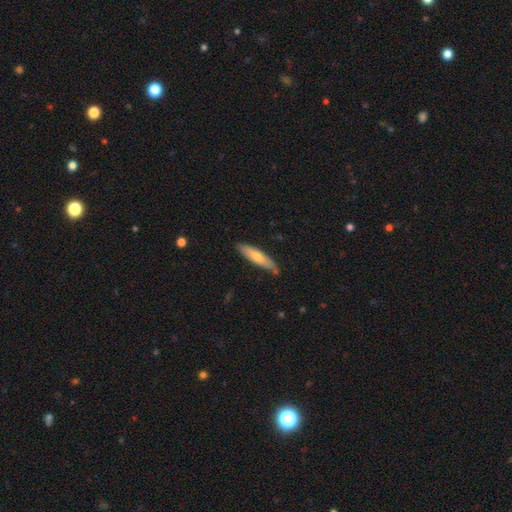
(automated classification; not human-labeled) smooth-or-featured: smooth: 53% | featured or disk: 40% | star or artifact: 7%
  how-rounded: cigar-shaped: 83% | in between: 15% | round: 2%
  merging: none: 82% | minor disturbance: 15% | major disturbance: 2% | merger: 1%